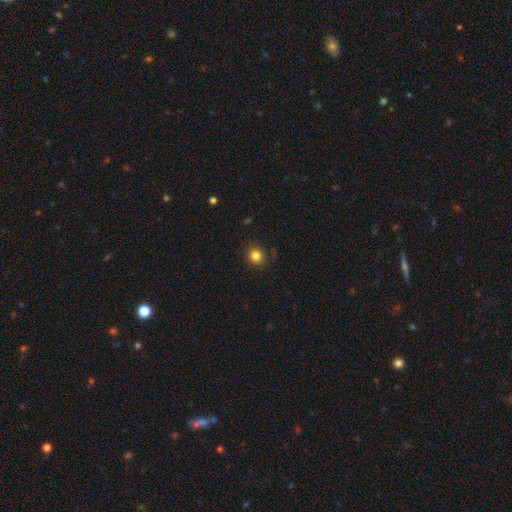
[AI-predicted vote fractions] Smooth or featured?
  - smooth: 83% *
  - star or artifact: 12%
  - featured or disk: 5%
How rounded?
  - round: 83% *
  - in between: 16%
  - cigar-shaped: 1%
Merging?
  - none: 89% *
  - minor disturbance: 8%
  - major disturbance: 2%
  - merger: 1%